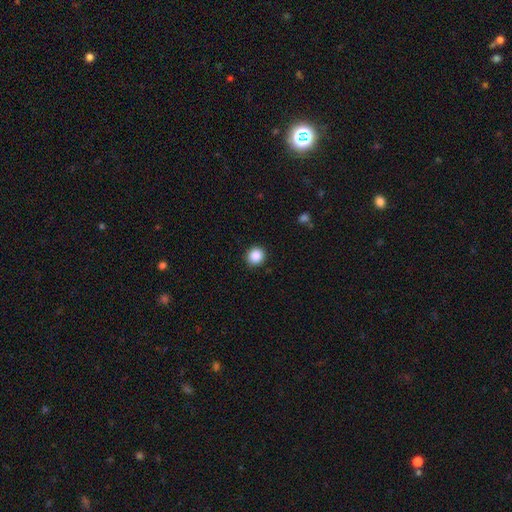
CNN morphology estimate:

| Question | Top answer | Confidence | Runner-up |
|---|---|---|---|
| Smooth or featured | smooth | 88% | star or artifact (9%) |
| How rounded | round | 88% | in between (11%) |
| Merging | none | 91% | minor disturbance (6%) |